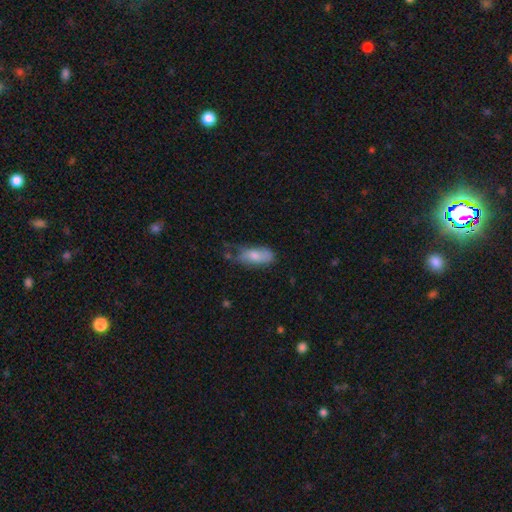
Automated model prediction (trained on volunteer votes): This appears to be a smooth galaxy with no disk features (72%) that is in between round and cigar-shaped (83%). Merging: none (44%).